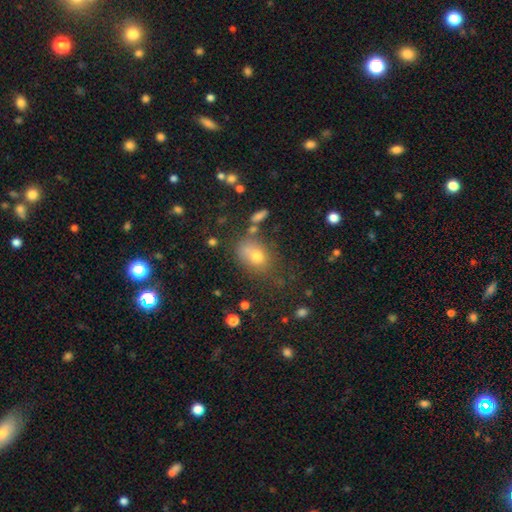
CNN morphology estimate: Q: Smooth or featured?
A: smooth (71%); runner-up: star or artifact (16%)
Q: How rounded?
A: in between (63%); runner-up: round (35%)
Q: Merging?
A: none (56%); runner-up: minor disturbance (22%)